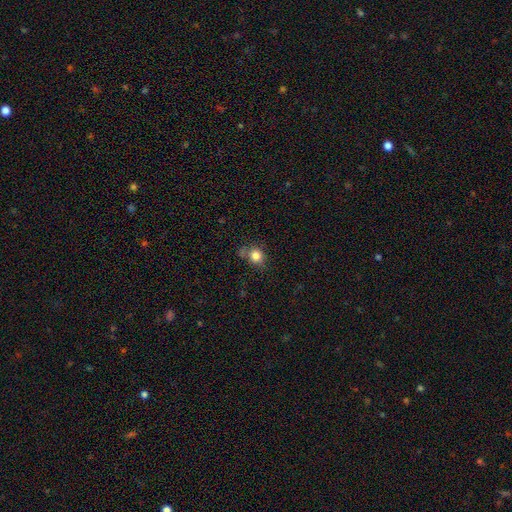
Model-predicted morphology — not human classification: Smooth or featured? Predicted: smooth (p=0.82). How rounded? Predicted: round (p=0.81). Merging? Predicted: none (p=0.65).